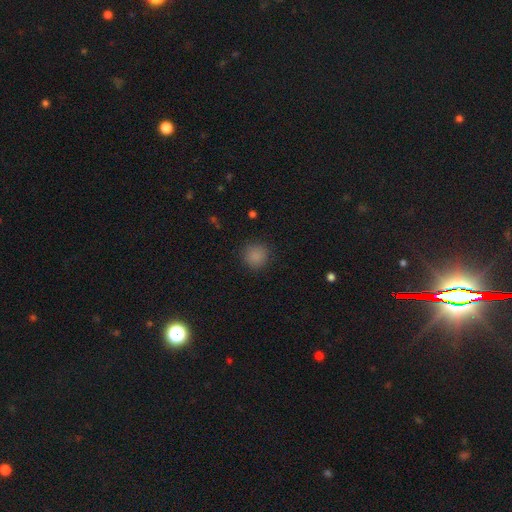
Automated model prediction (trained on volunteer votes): A smooth galaxy with no disk features (86%) that is round (92%).

Vote fractions:
- Smooth or featured? smooth: 86% / star or artifact: 11% / featured or disk: 3%
- How rounded? round: 92% / in between: 7% / cigar-shaped: 1%
- Merging? none: 88% / minor disturbance: 8% / major disturbance: 3% / merger: 1%